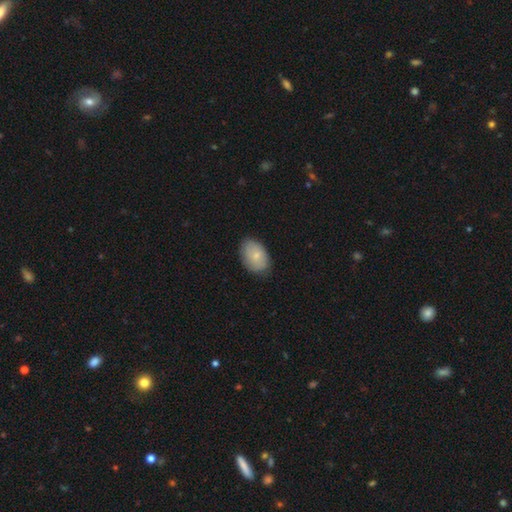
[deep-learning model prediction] Morphology: type=smooth (79%); roundness=in between (87%); merging=none (81%).